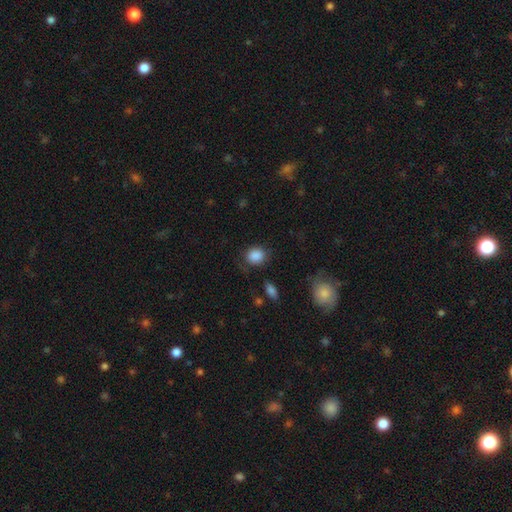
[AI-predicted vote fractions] This is clearly a smooth galaxy (87%). How rounded: likely round (63%). Merging: likely none (72%).